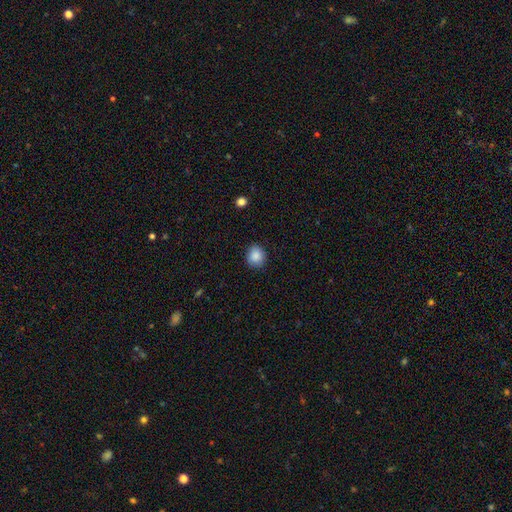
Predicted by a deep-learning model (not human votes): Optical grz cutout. It shows a smooth galaxy with no disk features (88%) that is round (81%). Merging: none (88%).